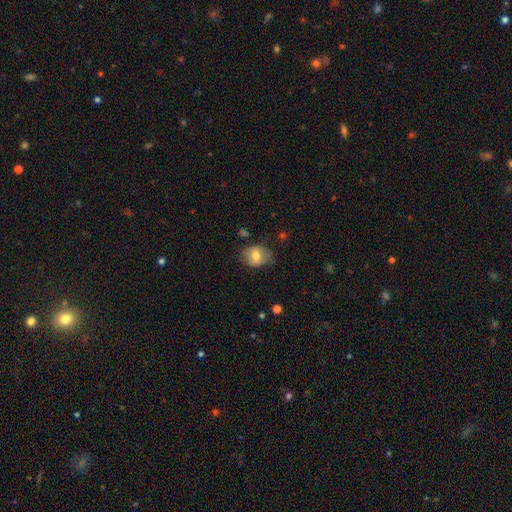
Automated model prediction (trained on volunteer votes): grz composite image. It shows a smooth galaxy with no disk features (67%) that is round (52%). Merging: none (64%).